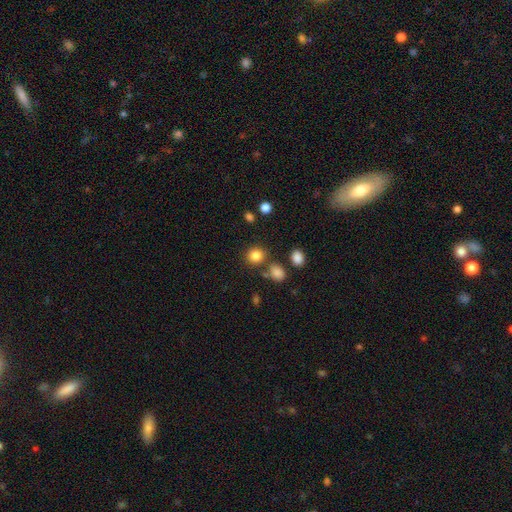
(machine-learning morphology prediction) Smooth or featured: smooth — 83% (star or artifact — 12%)
How rounded: round — 82% (in between — 17%)
Merging: none — 77% (merger — 10%)